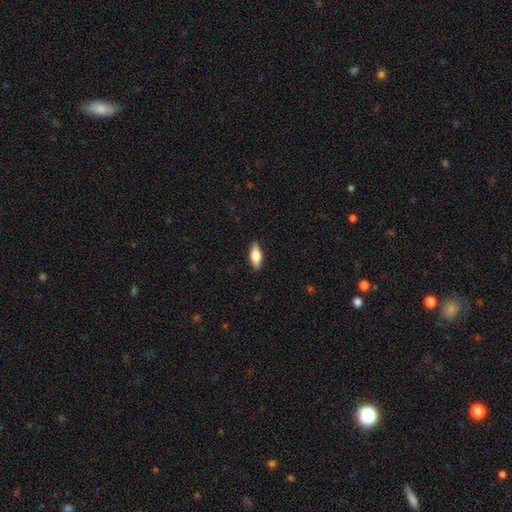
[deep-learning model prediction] smooth-or-featured: smooth: 72% | featured or disk: 22% | star or artifact: 6%
  how-rounded: in between: 73% | cigar-shaped: 24% | round: 3%
  merging: none: 88% | minor disturbance: 9% | major disturbance: 2% | merger: 1%